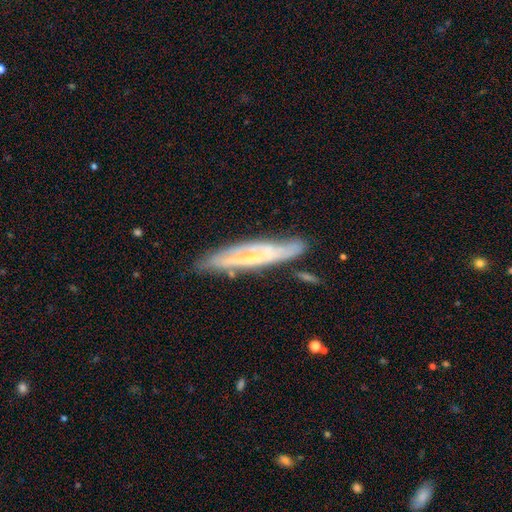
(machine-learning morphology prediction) A featured or disk galaxy (69%) viewed edge-on (60%). Merging: none (74%).